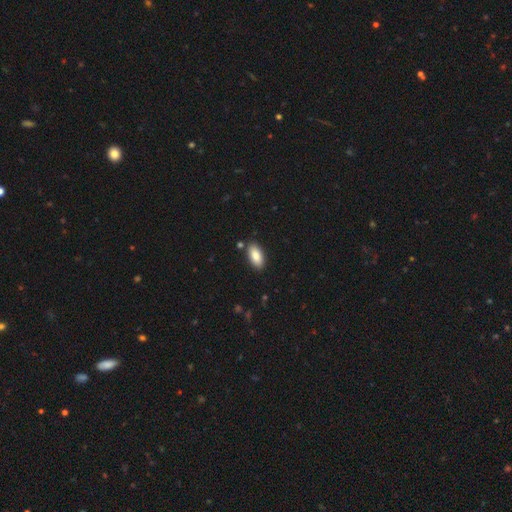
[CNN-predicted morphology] Smooth or featured?
  - smooth: 87% *
  - star or artifact: 7%
  - featured or disk: 6%
How rounded?
  - in between: 90% *
  - cigar-shaped: 7%
  - round: 2%
Merging?
  - none: 86% *
  - minor disturbance: 9%
  - merger: 3%
  - major disturbance: 2%